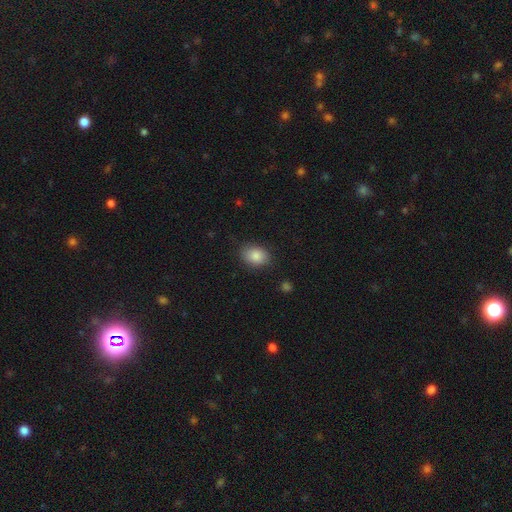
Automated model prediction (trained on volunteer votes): smooth_or_featured: smooth (p=0.85) [alt: star or artifact p=0.08]
how_rounded: in between (p=0.70) [alt: round p=0.29]
merging: none (p=0.82) [alt: minor disturbance p=0.14]